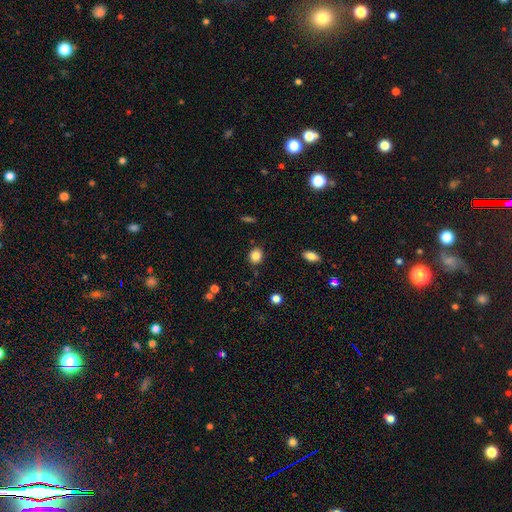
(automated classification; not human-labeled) Smooth or featured: smooth — 84% (star or artifact — 10%)
How rounded: round — 73% (in between — 26%)
Merging: none — 86% (minor disturbance — 9%)